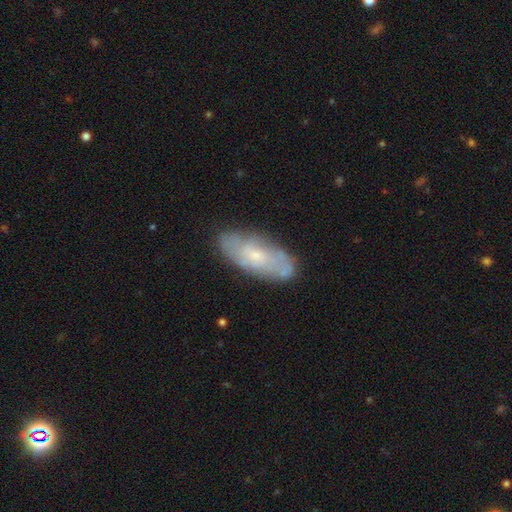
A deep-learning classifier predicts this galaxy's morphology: This appears to be a featured or disk galaxy (57%). Merging: none (77%).